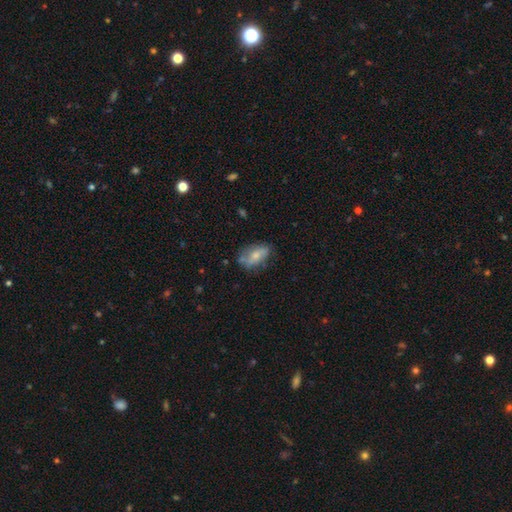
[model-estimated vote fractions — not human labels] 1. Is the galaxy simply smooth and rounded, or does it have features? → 61% smooth, 31% featured or disk, 8% star or artifact.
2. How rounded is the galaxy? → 86% in between, 8% cigar-shaped, 6% round.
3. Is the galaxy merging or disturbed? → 57% none, 26% minor disturbance, 9% major disturbance, 8% merger.